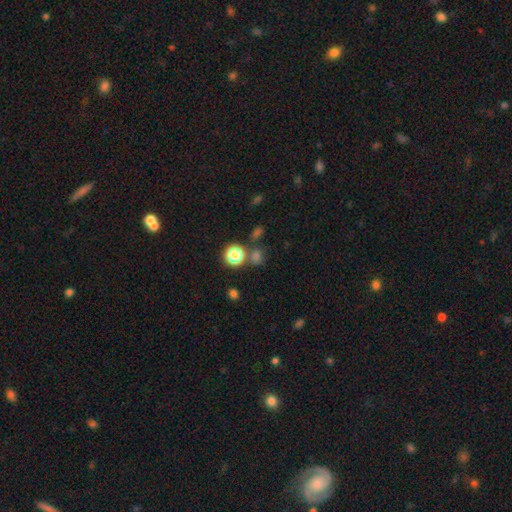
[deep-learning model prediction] This appears to be a smooth galaxy with no disk features (61%) that is round (76%). Merging: none (67%).